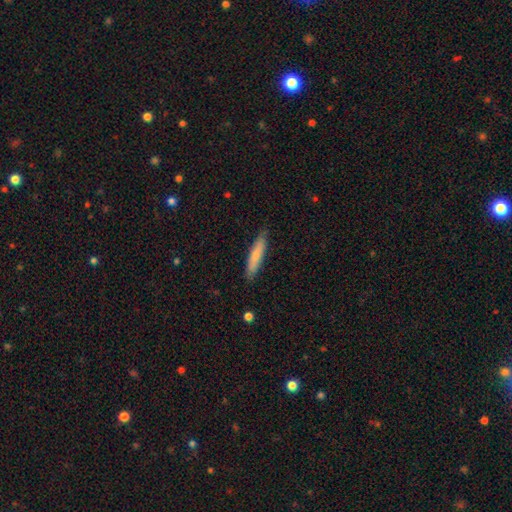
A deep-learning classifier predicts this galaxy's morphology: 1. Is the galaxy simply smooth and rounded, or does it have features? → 74% smooth, 21% featured or disk, 5% star or artifact.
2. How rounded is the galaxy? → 85% cigar-shaped, 13% in between, 1% round.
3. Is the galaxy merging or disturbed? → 85% none, 12% minor disturbance, 2% major disturbance, 1% merger.